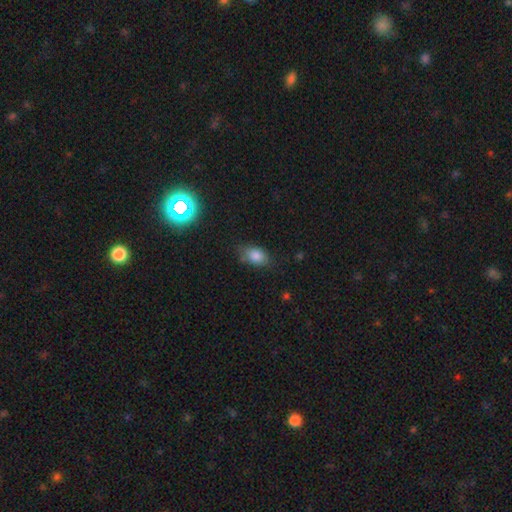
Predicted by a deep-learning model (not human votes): smooth_or_featured: smooth (p=0.83) [alt: star or artifact p=0.10]
how_rounded: in between (p=0.84) [alt: round p=0.14]
merging: none (p=0.70) [alt: minor disturbance p=0.22]